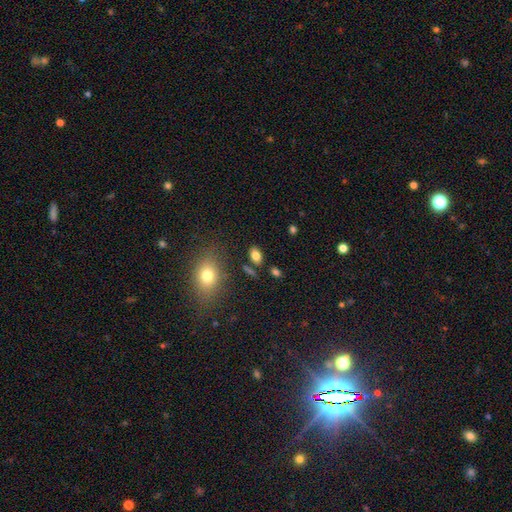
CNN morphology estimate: smooth_or_featured: smooth (p=0.80) [alt: star or artifact p=0.11]
how_rounded: in between (p=0.86) [alt: round p=0.11]
merging: none (p=0.79) [alt: minor disturbance p=0.11]